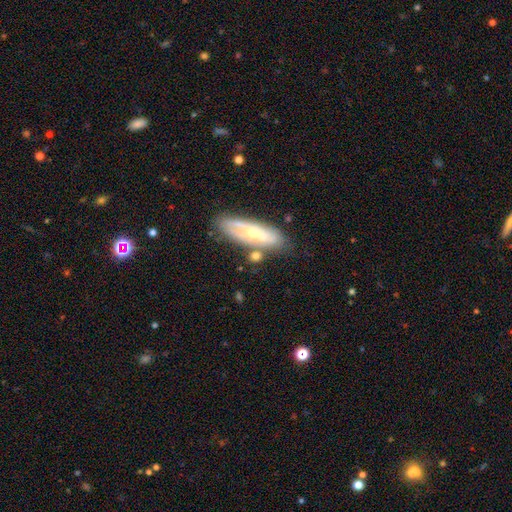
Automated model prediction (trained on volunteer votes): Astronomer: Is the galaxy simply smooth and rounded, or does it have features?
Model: smooth — 50% (runner-up: featured or disk, 42%).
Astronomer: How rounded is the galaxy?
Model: in between — 55% (runner-up: cigar-shaped, 39%).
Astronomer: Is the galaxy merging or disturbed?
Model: none — 61%.